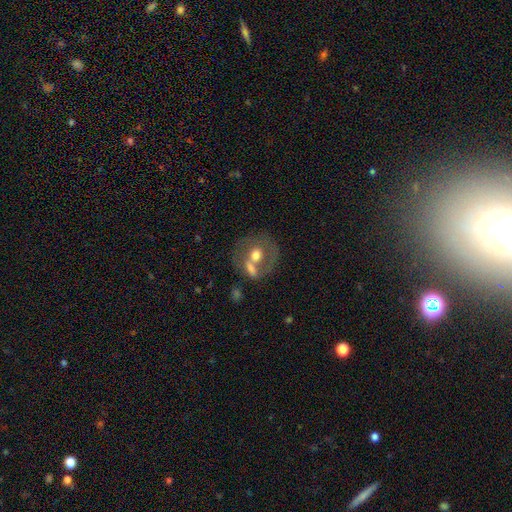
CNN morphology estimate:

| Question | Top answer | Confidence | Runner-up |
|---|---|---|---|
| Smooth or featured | smooth | 49% | featured or disk (43%) |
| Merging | none | 41% | merger (37%) |